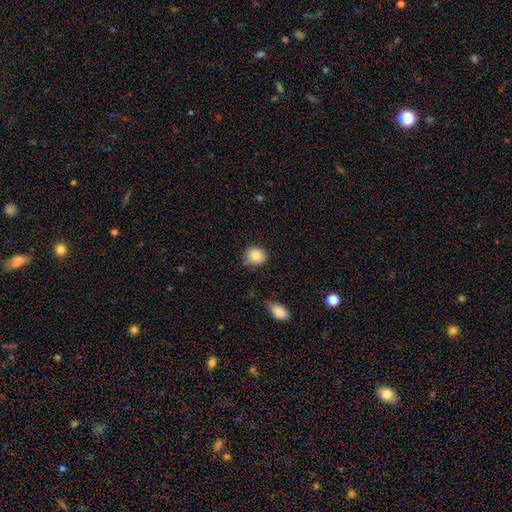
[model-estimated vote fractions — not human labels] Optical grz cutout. It shows a smooth galaxy with no disk features (85%) that is round (79%). Merging: none (82%).